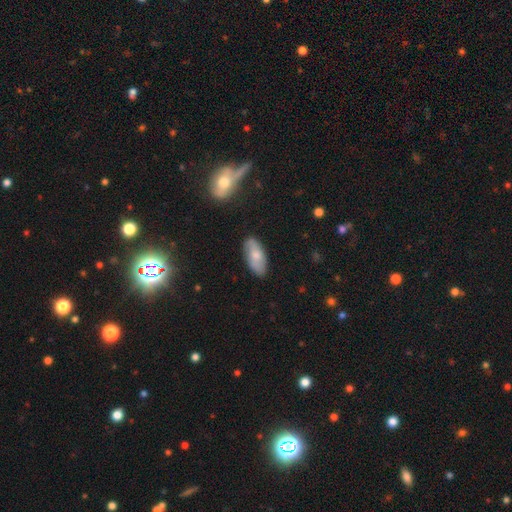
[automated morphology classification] Smooth or featured? Predicted: smooth (p=0.67). How rounded? Predicted: in between (p=0.89). Merging? Predicted: none (p=0.81).